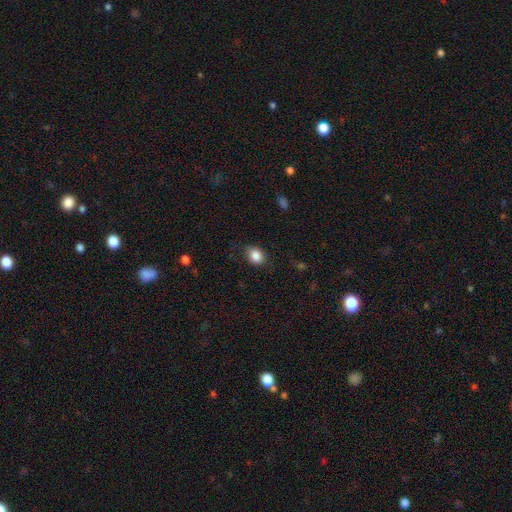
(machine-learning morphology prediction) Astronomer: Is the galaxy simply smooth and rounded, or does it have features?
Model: smooth — 86%.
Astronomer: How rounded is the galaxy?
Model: in between — 58% (runner-up: round, 41%).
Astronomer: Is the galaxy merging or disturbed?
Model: none — 79%.